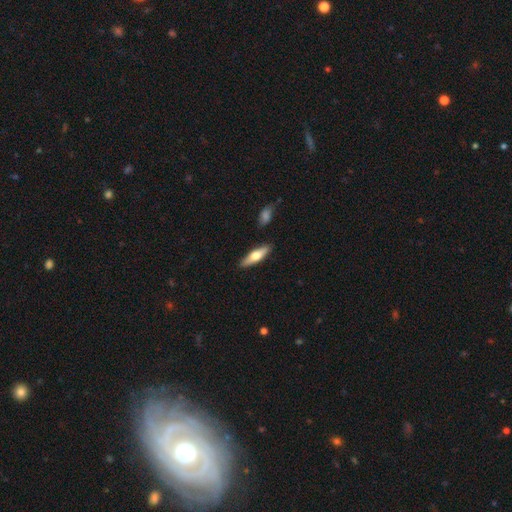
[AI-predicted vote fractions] Overall: smooth (54%; featured or disk 40%). How rounded: cigar-shaped (58%; in between 39%). Merging: none (87%).